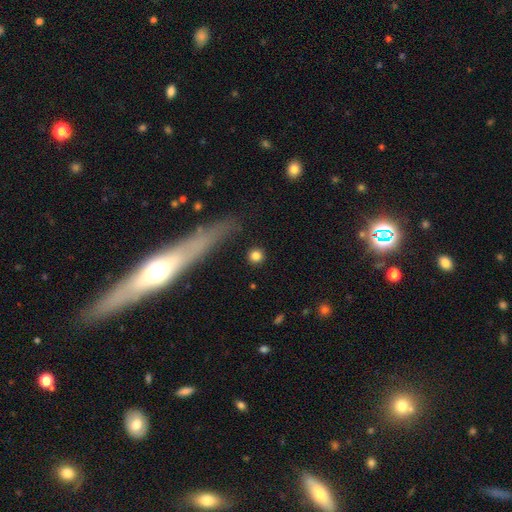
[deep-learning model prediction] Smooth or featured? smooth (82%)
How rounded? round (94%)
Merging? none (89%)